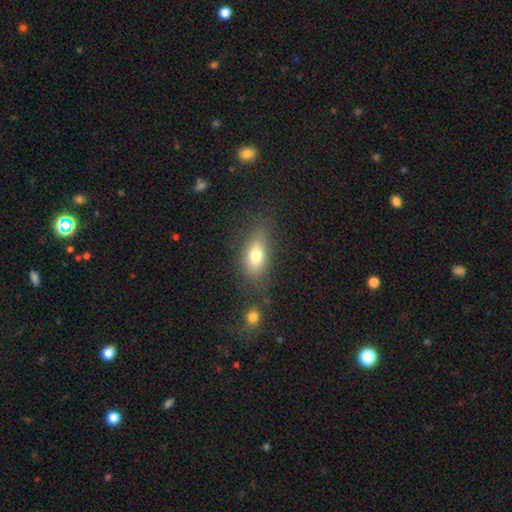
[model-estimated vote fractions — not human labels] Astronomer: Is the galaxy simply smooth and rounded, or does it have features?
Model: smooth — 74%.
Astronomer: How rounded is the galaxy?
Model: in between — 79%.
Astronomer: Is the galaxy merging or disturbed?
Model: none — 68%.